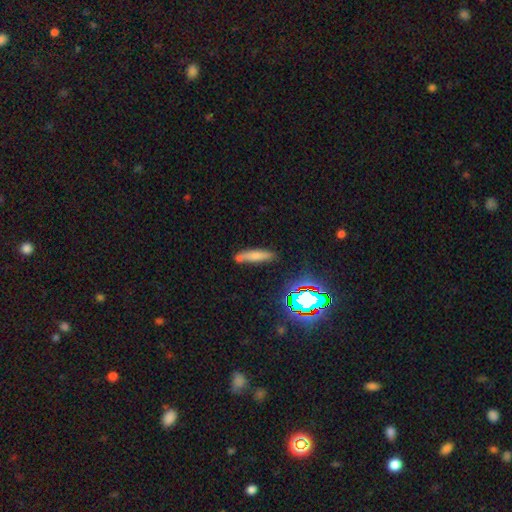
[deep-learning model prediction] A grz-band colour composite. It shows a smooth galaxy with no disk features (64%) that is cigar-shaped (77%). Merging: none (66%).